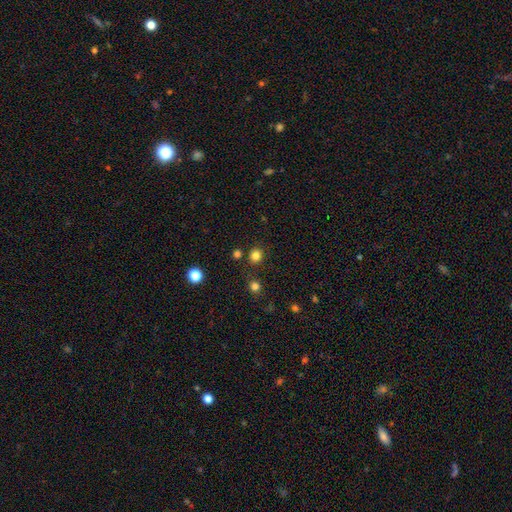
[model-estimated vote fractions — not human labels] Overall: smooth (80%). How rounded: round (89%). Merging: none (85%).